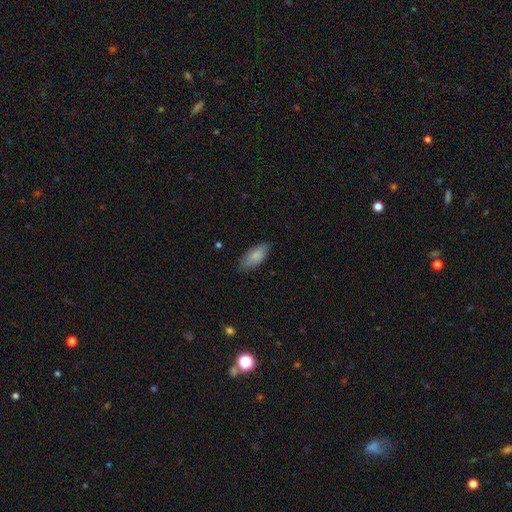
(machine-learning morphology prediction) smooth_or_featured: smooth (p=0.86) [alt: featured or disk p=0.09]
how_rounded: in between (p=0.86) [alt: cigar-shaped p=0.12]
merging: none (p=0.81) [alt: minor disturbance p=0.15]